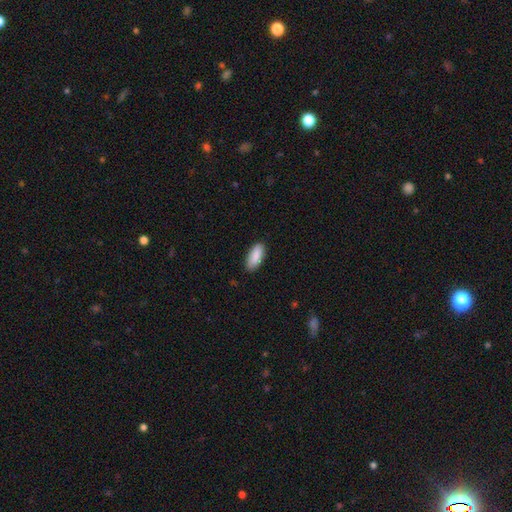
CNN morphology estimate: A smooth galaxy with no disk features (90%) that is in between round and cigar-shaped (83%). Merging: none (86%).